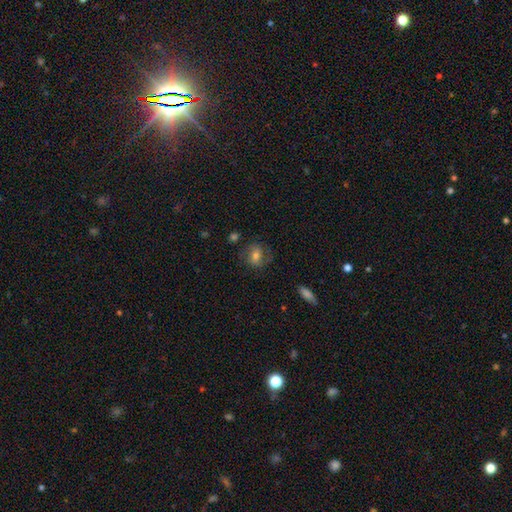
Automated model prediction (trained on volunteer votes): Overall: smooth (58%; featured or disk 31%). How rounded: round (55%; in between 43%). Merging: none (71%).